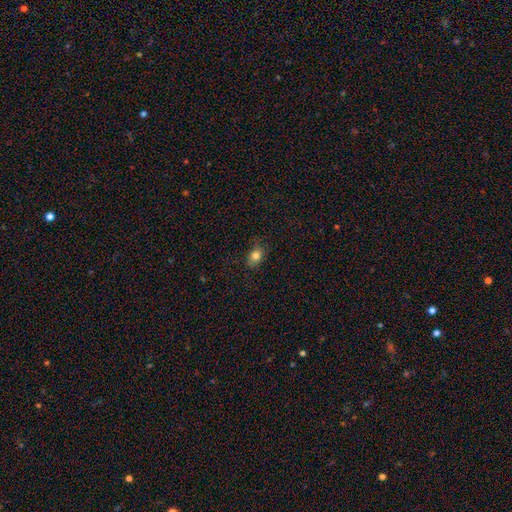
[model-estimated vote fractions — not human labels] Morphology: type=smooth (81%); roundness=in between (69%); merging=none (79%).